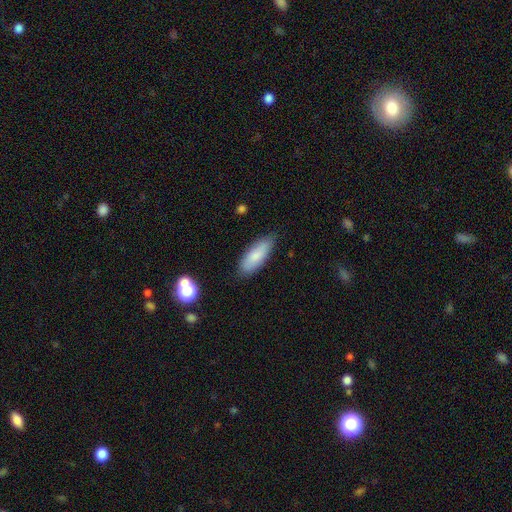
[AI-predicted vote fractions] This appears to be a smooth galaxy with no disk features (82%) that is in between round and cigar-shaped (67%). Merging: none (80%).